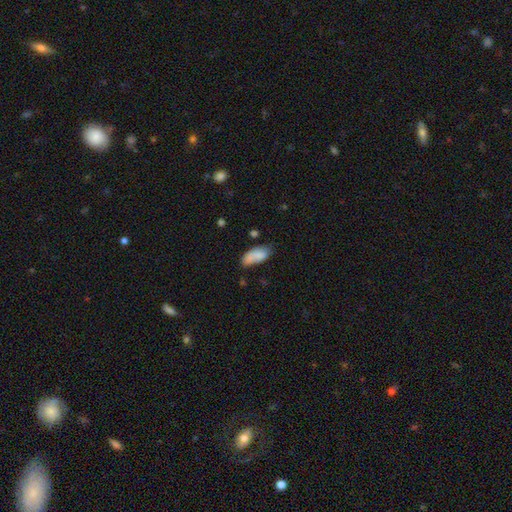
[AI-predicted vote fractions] Q: Smooth or featured?
A: smooth (80%); runner-up: featured or disk (12%)
Q: How rounded?
A: in between (87%); runner-up: cigar-shaped (10%)
Q: Merging?
A: none (53%); runner-up: minor disturbance (29%)